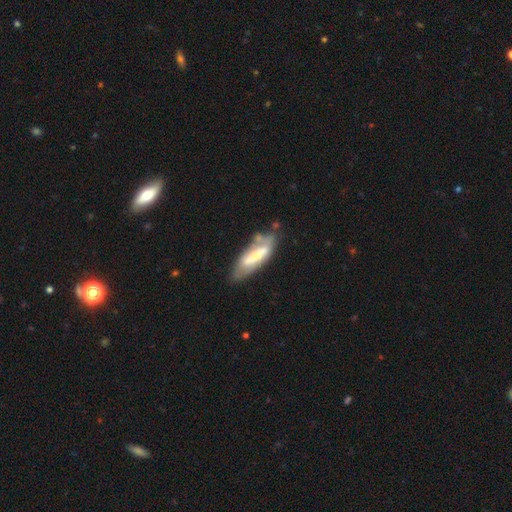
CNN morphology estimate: This is possibly a featured or disk galaxy (48%). Merging: possibly none (53%).